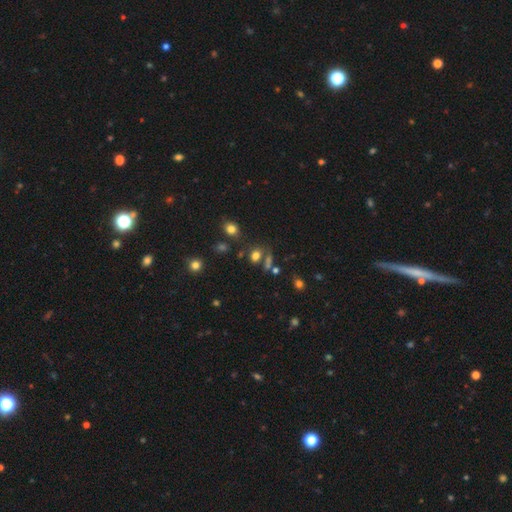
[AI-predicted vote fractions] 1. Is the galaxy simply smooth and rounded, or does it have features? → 71% smooth, 19% star or artifact, 9% featured or disk.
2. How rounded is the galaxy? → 59% in between, 38% round, 3% cigar-shaped.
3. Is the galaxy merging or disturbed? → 57% none, 23% merger, 13% minor disturbance, 7% major disturbance.